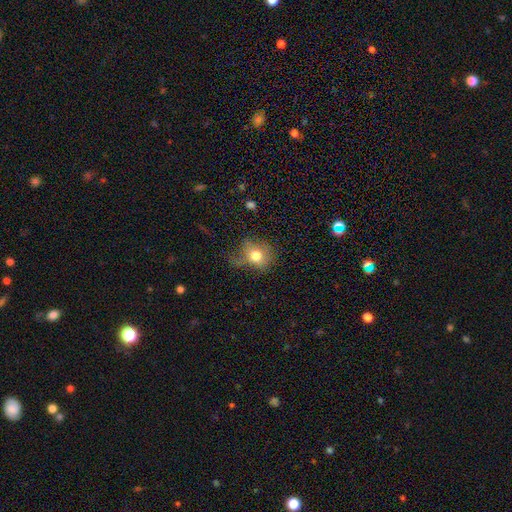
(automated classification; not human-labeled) smooth 72%, featured or disk 16%, star or artifact 13%. Down the decision tree: how rounded — round (65%); merging — none (45%).